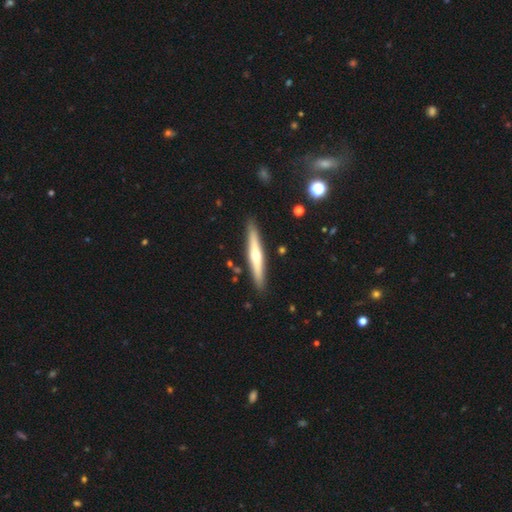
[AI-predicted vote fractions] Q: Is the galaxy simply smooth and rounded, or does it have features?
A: featured or disk — 57%.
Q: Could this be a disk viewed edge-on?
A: yes — 95%.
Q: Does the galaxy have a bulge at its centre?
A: rounded — 83%.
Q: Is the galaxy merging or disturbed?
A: none — 89%.